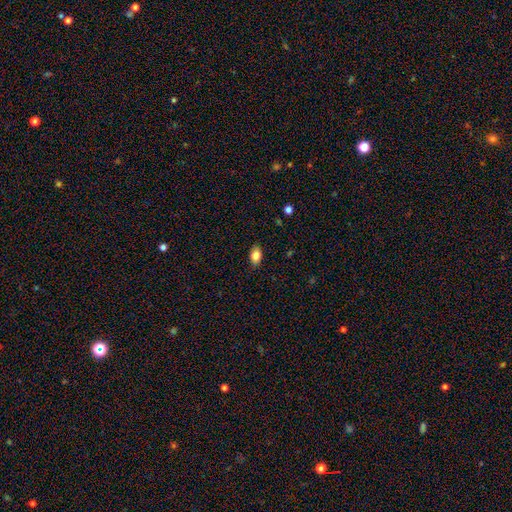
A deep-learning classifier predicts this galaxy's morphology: A smooth galaxy with no disk features (85%) that is in between round and cigar-shaped (88%).

Vote fractions:
- Smooth or featured? smooth: 85% / star or artifact: 8% / featured or disk: 7%
- How rounded? in between: 88% / round: 10% / cigar-shaped: 2%
- Merging? none: 87% / minor disturbance: 10% / major disturbance: 2% / merger: 1%